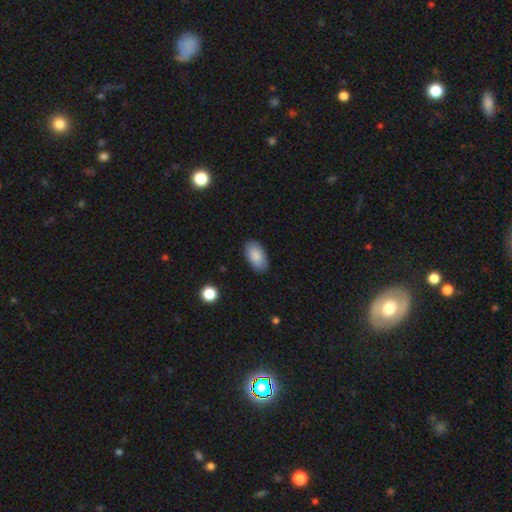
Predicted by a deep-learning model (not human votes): Morphology: type=smooth (88%); roundness=in between (95%); merging=none (86%).